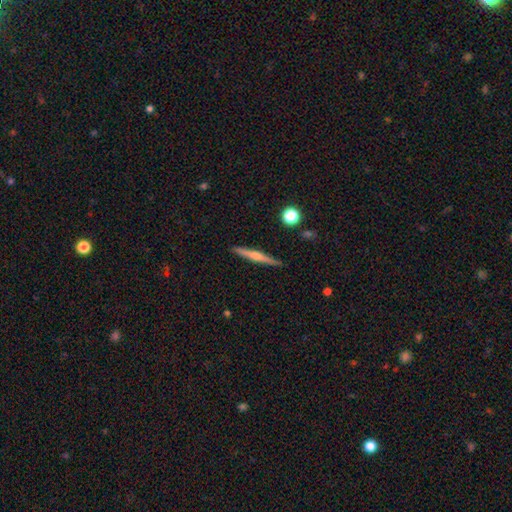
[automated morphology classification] This appears to be a featured or disk galaxy (70%) viewed edge-on (98%) with a rounded central bulge (84%). Merging: none (91%).